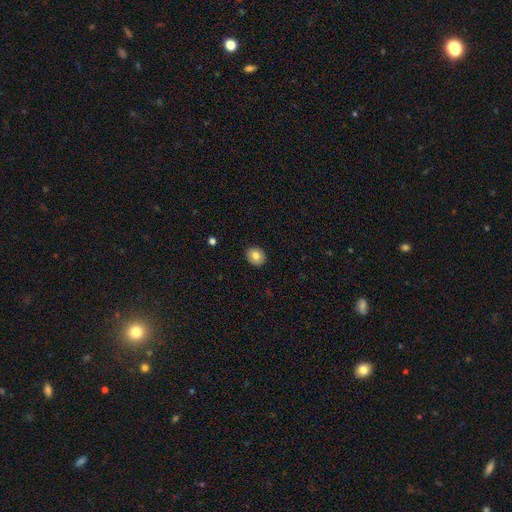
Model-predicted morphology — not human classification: Smooth or featured? Predicted: smooth (p=0.77). How rounded? Predicted: round (p=0.59). Merging? Predicted: none (p=0.90).